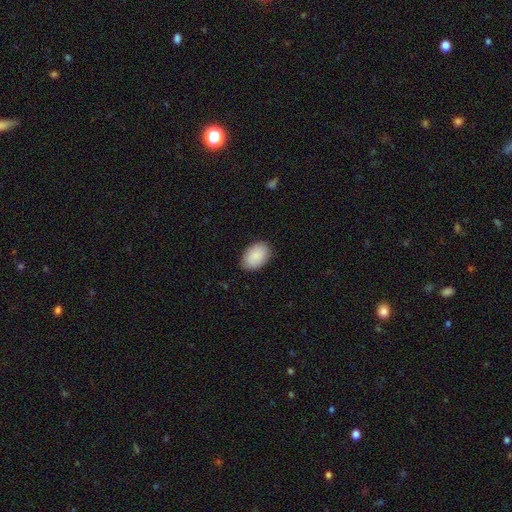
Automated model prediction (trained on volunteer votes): This appears to be a smooth galaxy with no disk features (89%) that is in between round and cigar-shaped (87%). Merging: none (85%).